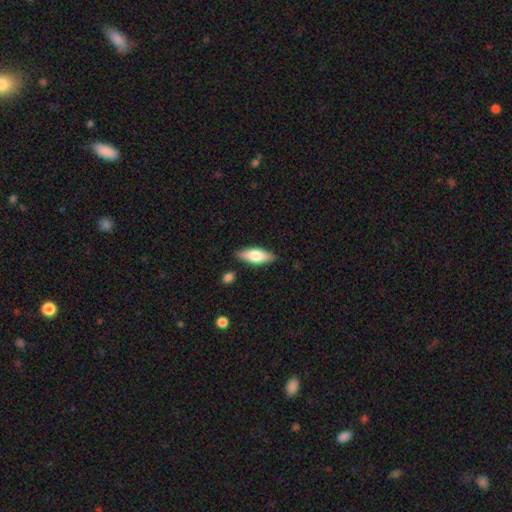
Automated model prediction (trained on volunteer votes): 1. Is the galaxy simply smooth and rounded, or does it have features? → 68% smooth, 26% featured or disk, 6% star or artifact.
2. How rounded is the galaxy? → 71% in between, 27% cigar-shaped, 2% round.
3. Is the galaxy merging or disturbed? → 85% none, 11% minor disturbance, 2% major disturbance, 2% merger.